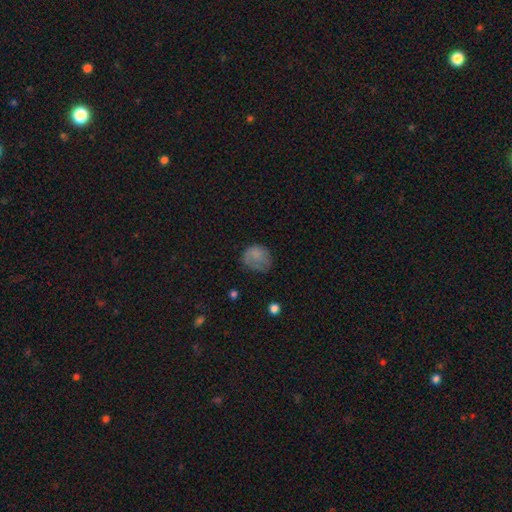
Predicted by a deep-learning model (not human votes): Q: Smooth or featured?
A: smooth (77%); runner-up: featured or disk (13%)
Q: How rounded?
A: round (66%); runner-up: in between (33%)
Q: Merging?
A: none (48%); runner-up: minor disturbance (32%)